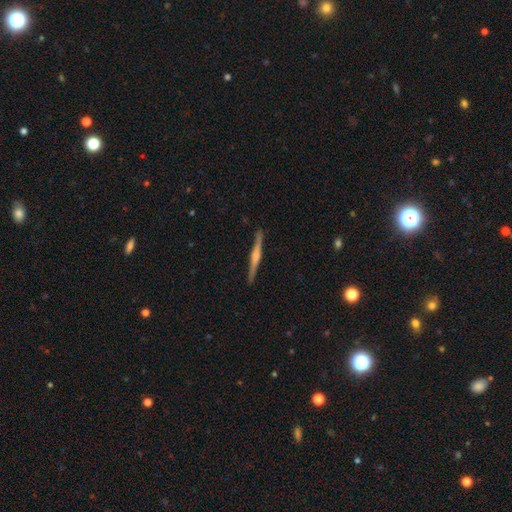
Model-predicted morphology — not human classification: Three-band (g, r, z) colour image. It shows a featured or disk galaxy (72%) viewed edge-on (98%) with a rounded central bulge (61%). Merging: none (91%).